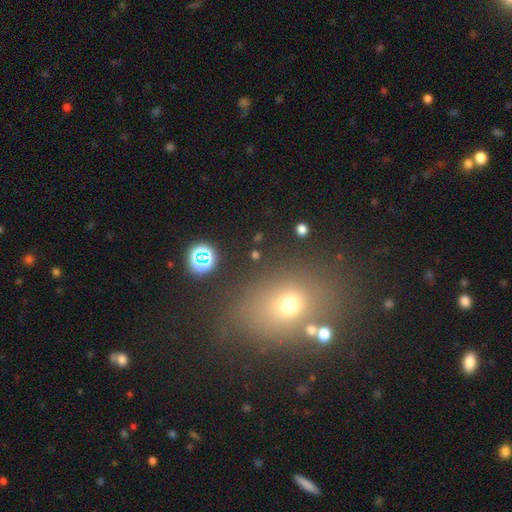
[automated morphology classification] smooth 60%, star or artifact 25%, featured or disk 14%. Down the decision tree: how rounded — in between (57%); merging — none (77%).